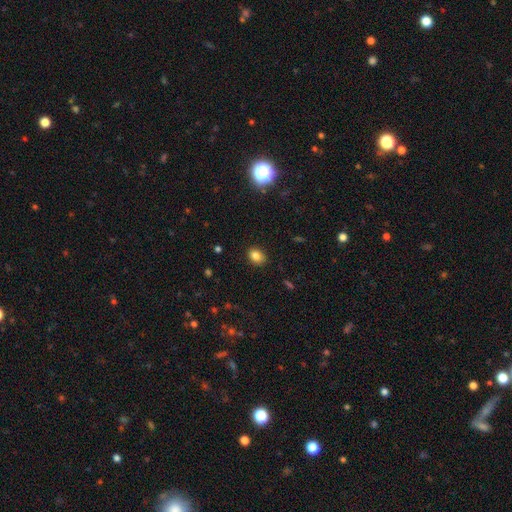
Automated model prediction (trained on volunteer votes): A smooth galaxy with no disk features (83%) that is in between round and cigar-shaped (63%). Merging: none (87%).